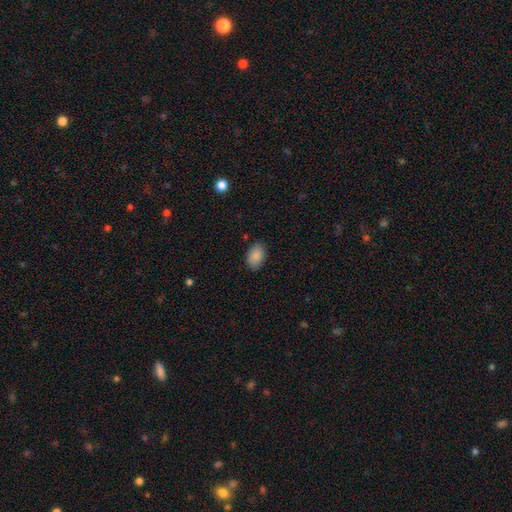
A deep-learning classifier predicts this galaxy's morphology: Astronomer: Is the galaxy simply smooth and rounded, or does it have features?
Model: smooth — 88%.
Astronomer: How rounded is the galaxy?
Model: in between — 88%.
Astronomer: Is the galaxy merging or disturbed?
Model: none — 82%.